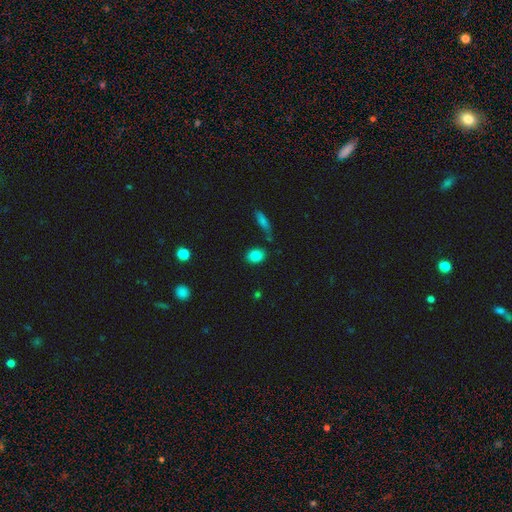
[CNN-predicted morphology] Smooth or featured? smooth (82%)
How rounded? in between (62%)
Merging? none (79%)